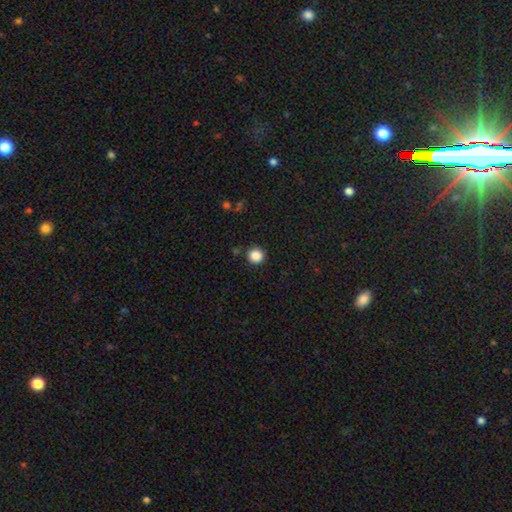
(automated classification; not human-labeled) The model was most divided on "smooth or featured": smooth: 87%, star or artifact: 10%, featured or disk: 3%. More confident: how rounded — round (91%); merging — none (89%).